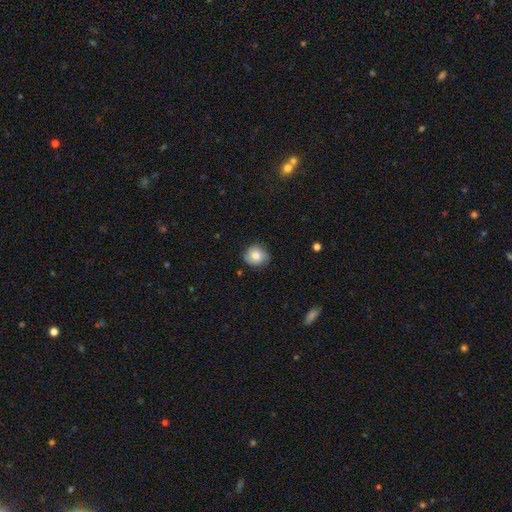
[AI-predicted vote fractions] This appears to be a smooth galaxy with no disk features (80%) that is round (83%). Merging: none (81%).